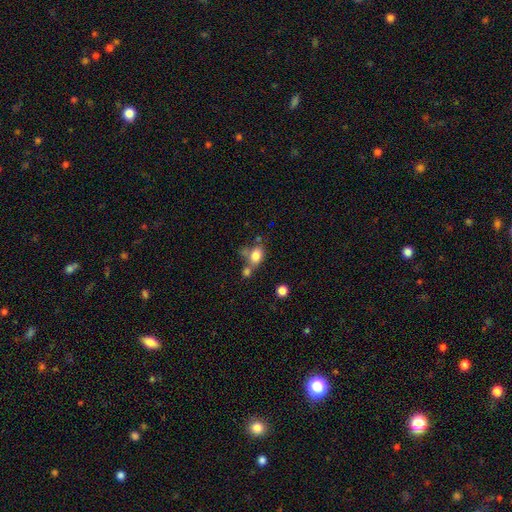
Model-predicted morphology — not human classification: Smooth or featured? smooth (79%)
How rounded? in between (71%)
Merging? none (44%)